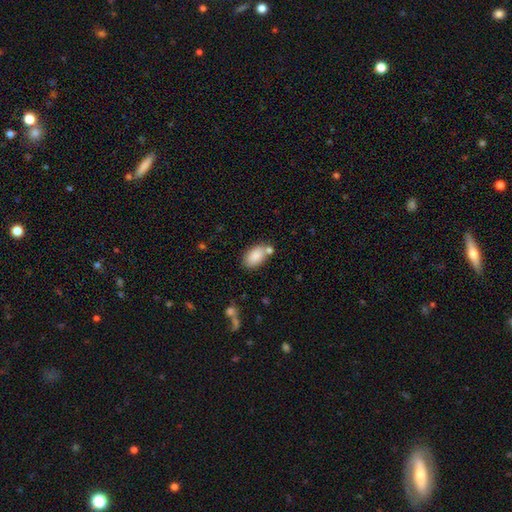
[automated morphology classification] This is clearly a smooth galaxy (86%). How rounded: clearly in between (93%). Merging: likely none (67%).